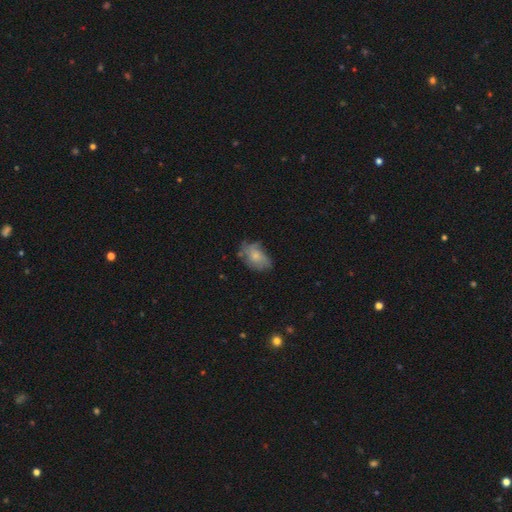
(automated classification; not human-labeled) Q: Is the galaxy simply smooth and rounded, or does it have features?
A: smooth — 48%.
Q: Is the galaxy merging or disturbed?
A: none — 51%.